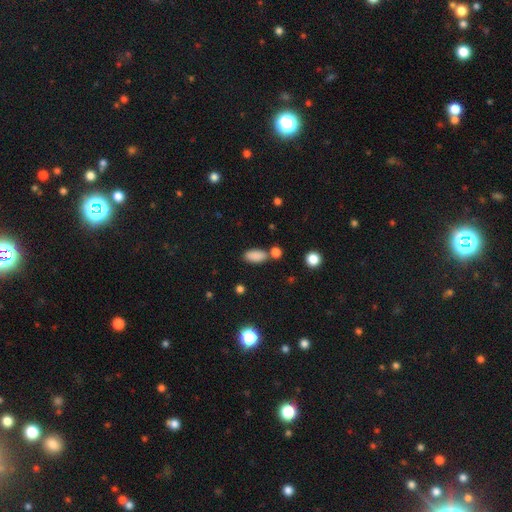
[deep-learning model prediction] This is clearly a smooth galaxy (86%). How rounded: clearly in between (90%). Merging: likely none (69%).